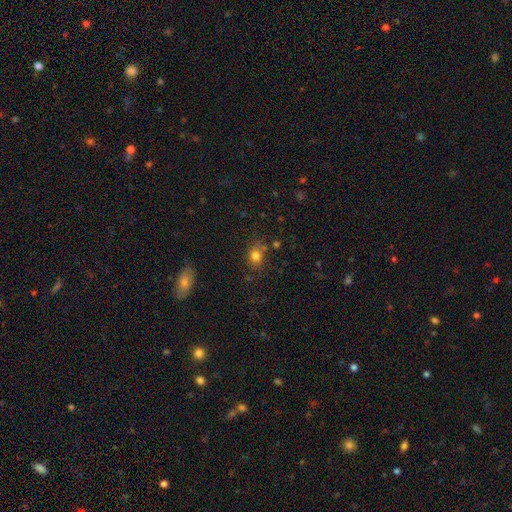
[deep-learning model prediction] This is likely a smooth galaxy (79%). How rounded: likely round (63%). Merging: likely none (72%).